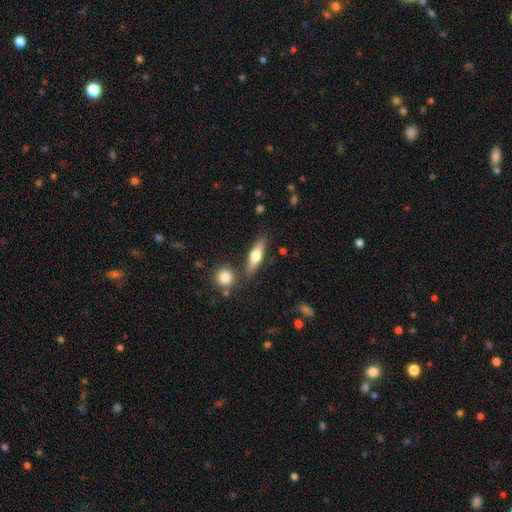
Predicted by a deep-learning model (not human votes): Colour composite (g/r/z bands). It shows a smooth galaxy with no disk features (53%) that is cigar-shaped (63%). Merging: none (78%).